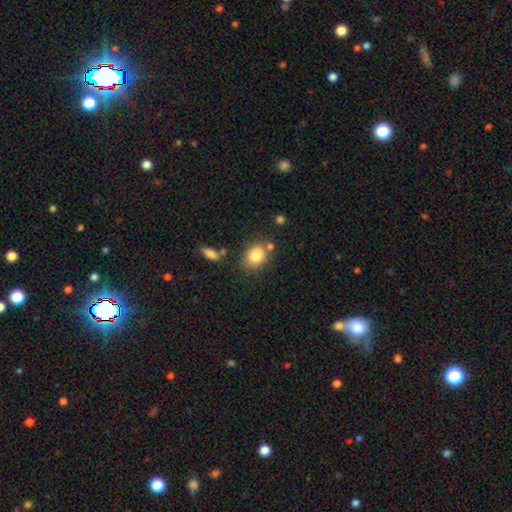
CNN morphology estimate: A smooth galaxy with no disk features (83%) that is in between round and cigar-shaped (52%).

Vote fractions:
- Smooth or featured? smooth: 83% / star or artifact: 9% / featured or disk: 8%
- How rounded? in between: 52% / round: 47% / cigar-shaped: 1%
- Merging? none: 70% / minor disturbance: 14% / merger: 12% / major disturbance: 4%